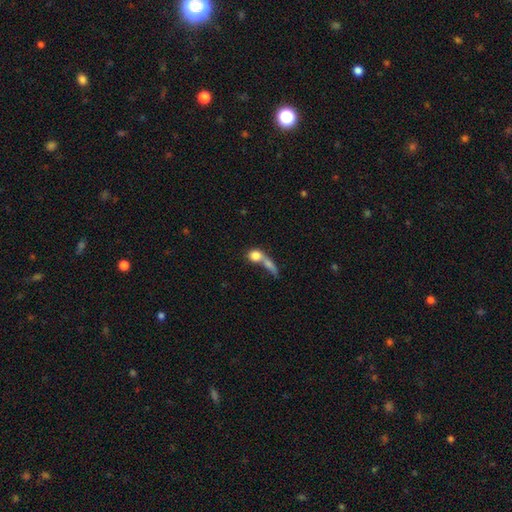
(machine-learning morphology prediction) A smooth galaxy with no disk features (73%) that is round (56%). Merging: merger (57%).